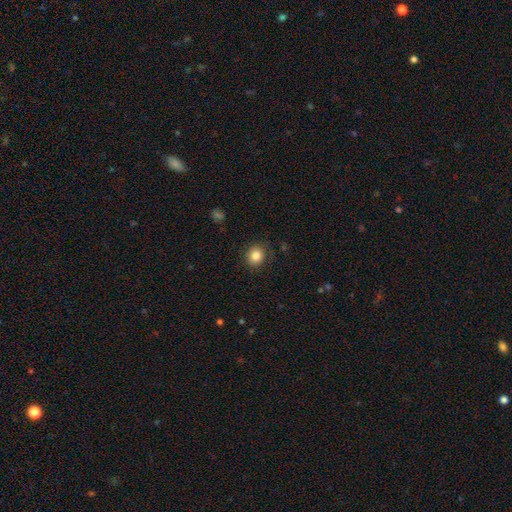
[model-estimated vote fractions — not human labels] smooth_or_featured: smooth (p=0.84) [alt: star or artifact p=0.10]
how_rounded: round (p=0.80) [alt: in between p=0.20]
merging: none (p=0.86) [alt: minor disturbance p=0.10]